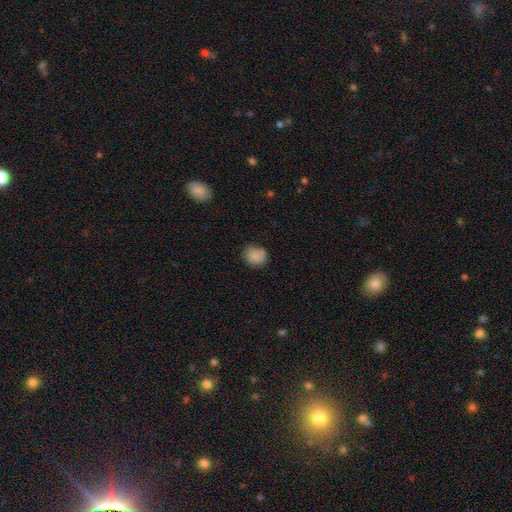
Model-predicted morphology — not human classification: A smooth galaxy with no disk features (86%) that is round (69%).

Vote fractions:
- Smooth or featured? smooth: 86% / star or artifact: 9% / featured or disk: 6%
- How rounded? round: 69% / in between: 30% / cigar-shaped: 1%
- Merging? none: 78% / minor disturbance: 18% / major disturbance: 4% / merger: 1%